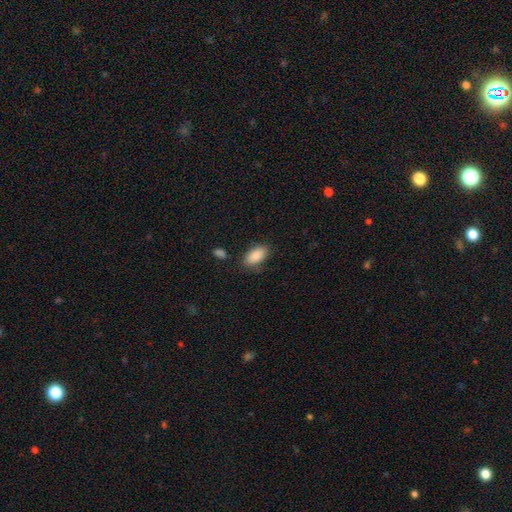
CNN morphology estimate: Overall: smooth (88%). How rounded: in between (93%). Merging: none (78%).